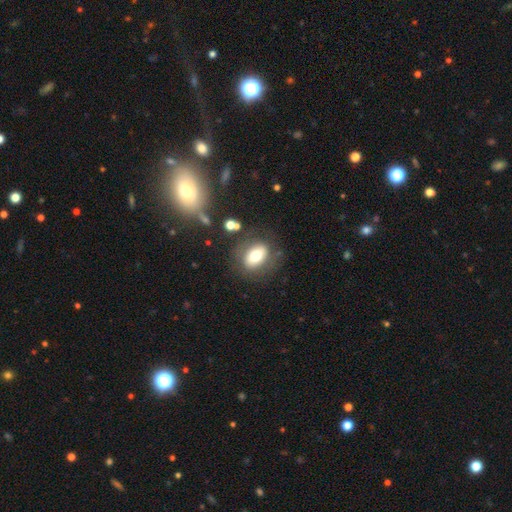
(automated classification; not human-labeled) Overall: smooth (64%; featured or disk 26%). How rounded: in between (72%). Merging: none (74%).